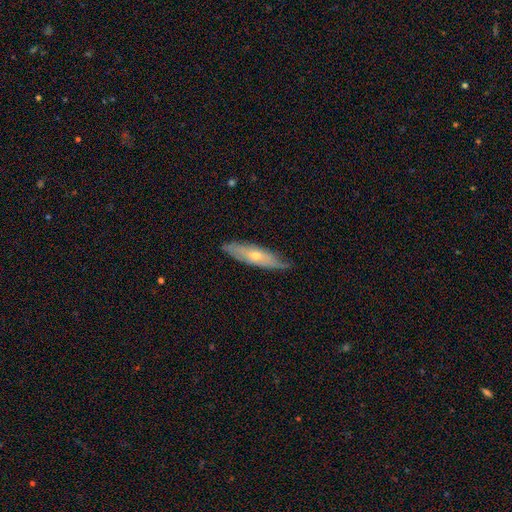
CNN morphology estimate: The model was most divided on "edge-on disk": yes: 52%, no: 48%. More confident: merging — none (74%); smooth or featured — featured or disk (53%).